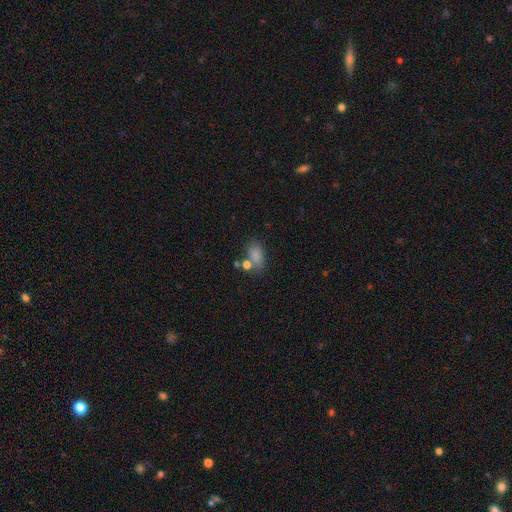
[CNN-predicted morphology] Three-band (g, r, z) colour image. It shows a smooth galaxy with no disk features (80%) that is in between round and cigar-shaped (84%). Merging: none (58%).